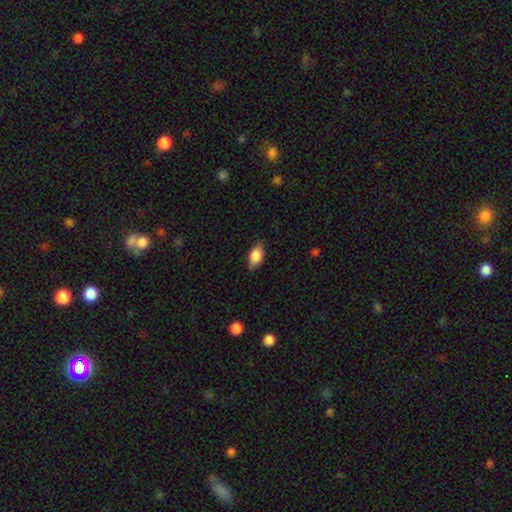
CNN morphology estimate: A smooth galaxy with no disk features (83%) that is in between round and cigar-shaped (89%). Merging: none (79%).